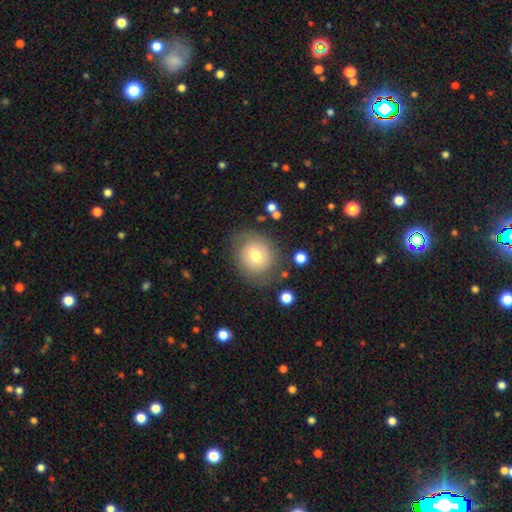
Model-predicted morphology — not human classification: Smooth or featured? Predicted: smooth (p=0.64). How rounded? Predicted: round (p=0.74). Merging? Predicted: none (p=0.74).